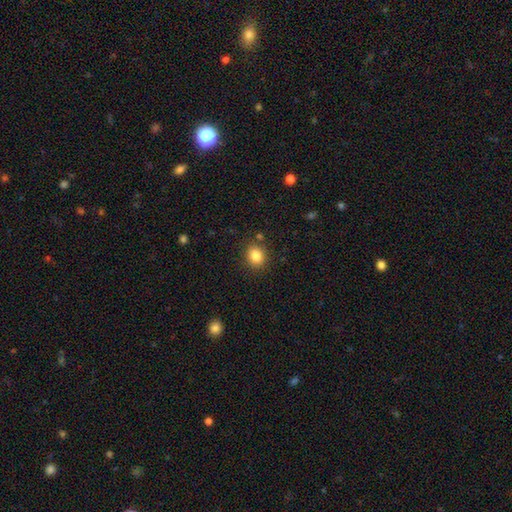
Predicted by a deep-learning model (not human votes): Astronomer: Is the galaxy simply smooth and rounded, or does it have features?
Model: smooth — 85%.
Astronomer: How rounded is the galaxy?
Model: round — 63%.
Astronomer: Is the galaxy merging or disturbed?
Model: none — 85%.